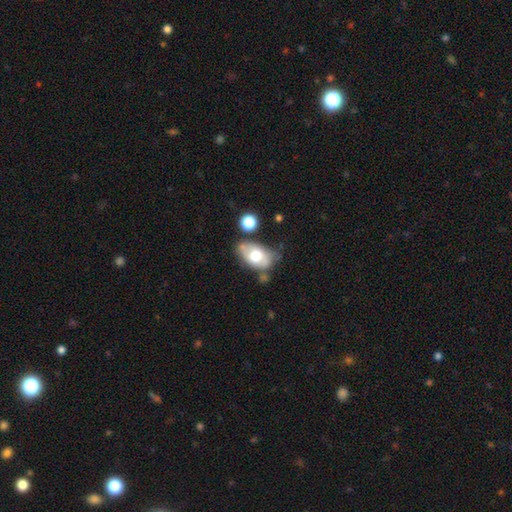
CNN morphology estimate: type=smooth (60%); roundness=in between (90%); merging=none (48%).